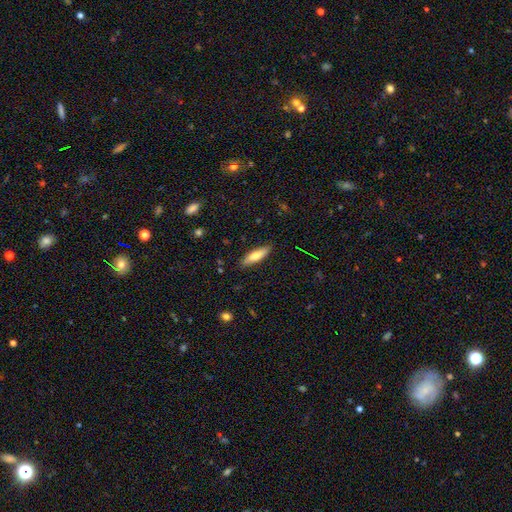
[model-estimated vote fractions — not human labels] The model was most divided on "how rounded": cigar-shaped: 59%, in between: 39%, round: 2%. More confident: merging — none (87%); smooth or featured — smooth (68%).